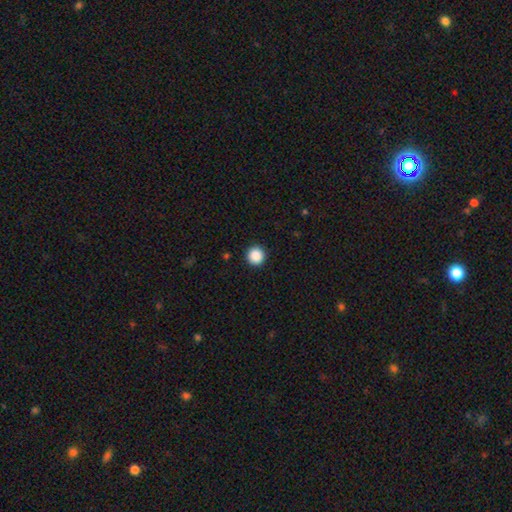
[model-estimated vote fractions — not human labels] Smooth or featured? smooth (89%)
How rounded? round (96%)
Merging? none (93%)